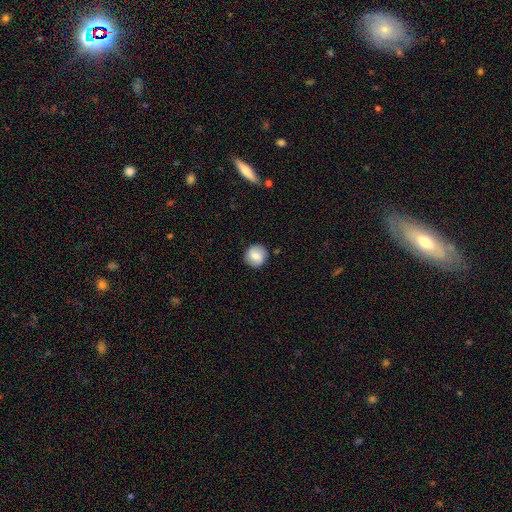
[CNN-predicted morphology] Smooth or featured? smooth (79%)
How rounded? round (93%)
Merging? none (89%)